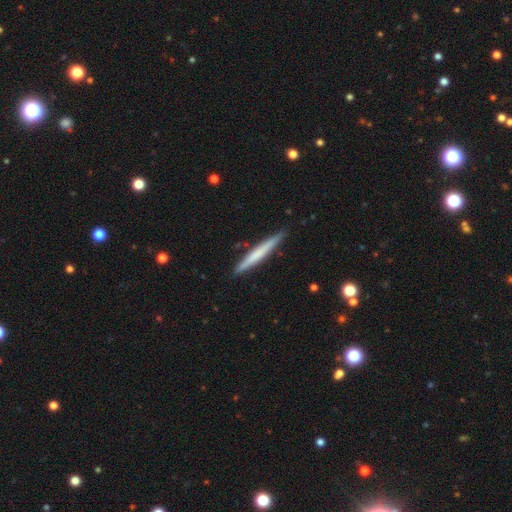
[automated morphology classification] smooth 57%, featured or disk 38%, star or artifact 5%. Down the decision tree: how rounded — cigar-shaped (96%); merging — none (89%).